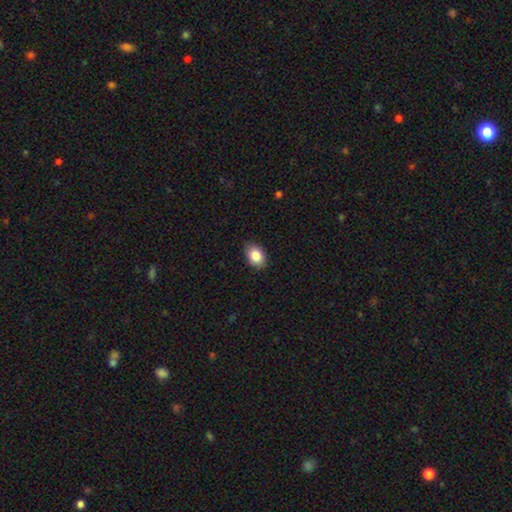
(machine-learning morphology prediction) The model was most divided on "how rounded": in between: 83%, round: 15%, cigar-shaped: 1%. More confident: merging — none (86%); smooth or featured — smooth (86%).